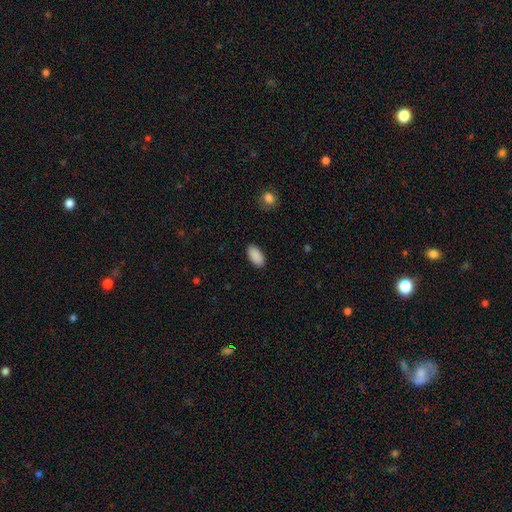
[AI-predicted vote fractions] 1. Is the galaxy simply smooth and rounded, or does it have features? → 91% smooth, 7% star or artifact, 3% featured or disk.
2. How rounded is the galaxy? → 94% in between, 3% cigar-shaped, 2% round.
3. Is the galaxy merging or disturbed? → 89% none, 8% minor disturbance, 2% major disturbance, 1% merger.